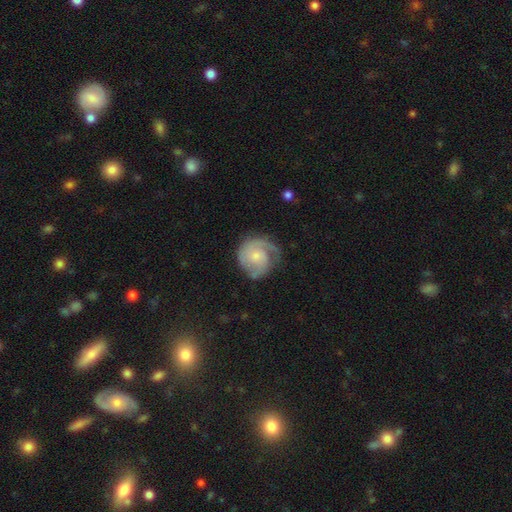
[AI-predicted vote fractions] A featured or disk galaxy (72%) with no bar (74%), 2 (40%) tight (52%) spiral arms (92%) and a small central bulge (60%). Merging: none (61%).